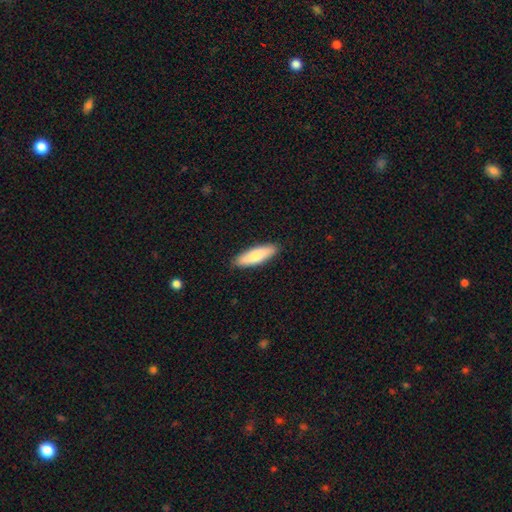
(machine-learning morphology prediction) smooth-or-featured: smooth: 79% | featured or disk: 16% | star or artifact: 5%
  how-rounded: cigar-shaped: 54% | in between: 45% | round: 2%
  merging: none: 89% | minor disturbance: 9% | major disturbance: 2% | merger: 1%